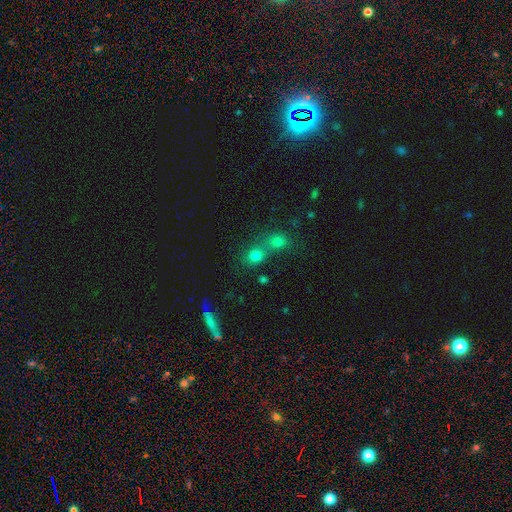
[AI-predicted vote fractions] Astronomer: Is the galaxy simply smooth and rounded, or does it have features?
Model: smooth — 73%.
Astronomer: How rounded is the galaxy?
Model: round — 73%.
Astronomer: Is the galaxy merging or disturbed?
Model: merger — 51% (runner-up: none, 39%).